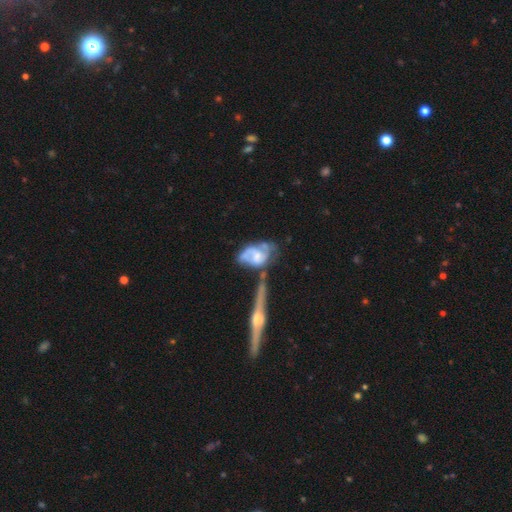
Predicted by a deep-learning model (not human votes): Smooth or featured?
  - featured or disk: 70% *
  - smooth: 24%
  - star or artifact: 6%
Edge-on disk?
  - no: 93% *
  - yes: 7%
Bar?
  - no: 61% *
  - weak: 31%
  - strong: 8%
Spiral arms?
  - yes: 76% *
  - no: 24%
Bulge size?
  - moderate: 35% * (tied)
  - small: 35% * (tied)
  - none: 19%
  - large: 9%
  - dominant: 2%
Merging?
  - merger: 34% *
  - none: 27%
  - major disturbance: 21%
  - minor disturbance: 18%